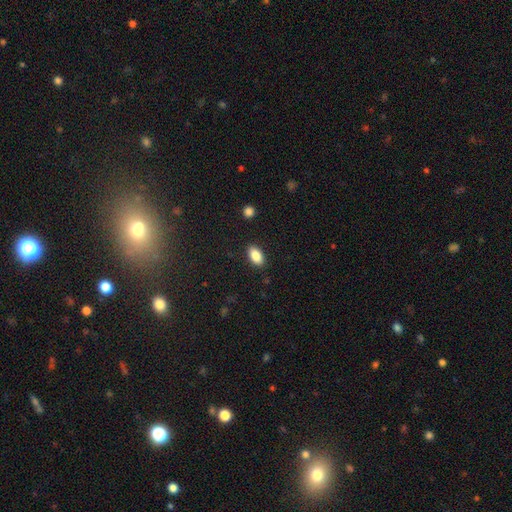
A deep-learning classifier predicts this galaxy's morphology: Smooth or featured? smooth (87%)
How rounded? in between (93%)
Merging? none (88%)